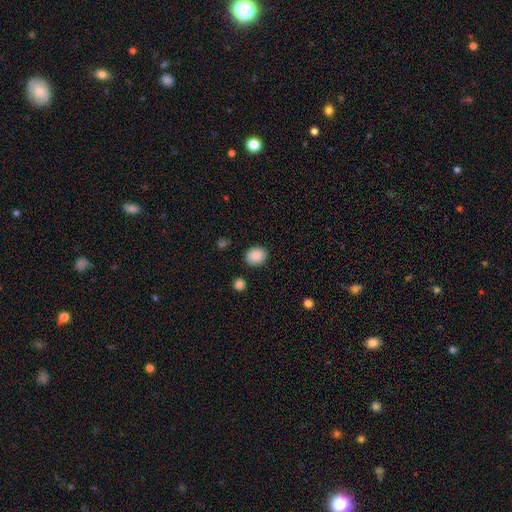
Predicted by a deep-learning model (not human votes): A smooth galaxy with no disk features (88%) that is round (68%).

Vote fractions:
- Smooth or featured? smooth: 88% / star or artifact: 8% / featured or disk: 4%
- How rounded? round: 68% / in between: 31% / cigar-shaped: 1%
- Merging? none: 86% / minor disturbance: 10% / major disturbance: 3% / merger: 2%